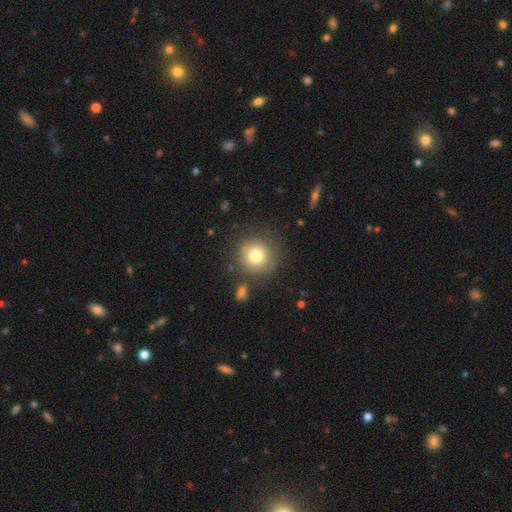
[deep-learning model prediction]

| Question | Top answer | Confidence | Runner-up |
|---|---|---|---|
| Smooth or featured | smooth | 78% | star or artifact (11%) |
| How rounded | round | 94% | in between (5%) |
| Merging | none | 81% | minor disturbance (10%) |